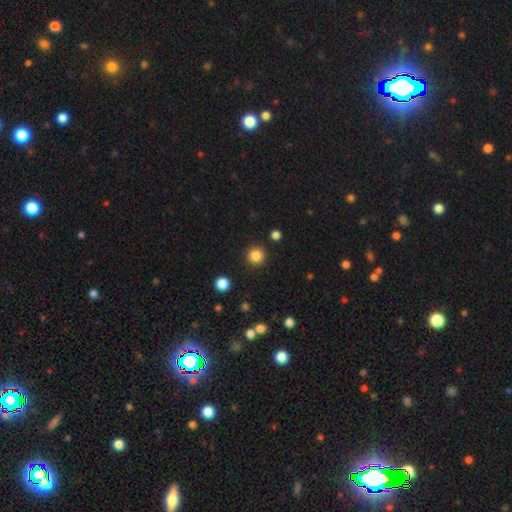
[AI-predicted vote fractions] A smooth galaxy with no disk features (85%) that is round (95%). Merging: none (91%).